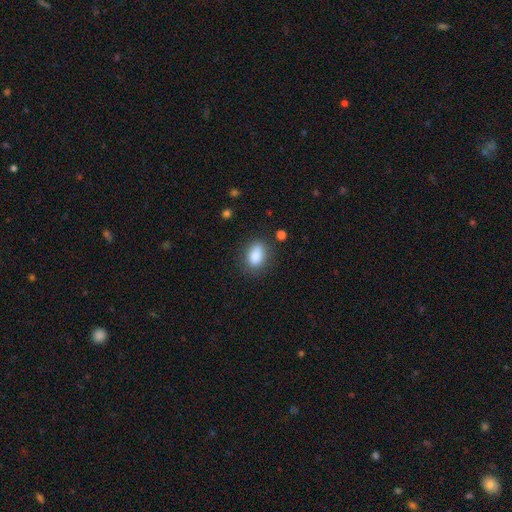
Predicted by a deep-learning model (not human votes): smooth 87%, star or artifact 8%, featured or disk 5%. Down the decision tree: how rounded — in between (85%); merging — none (79%).